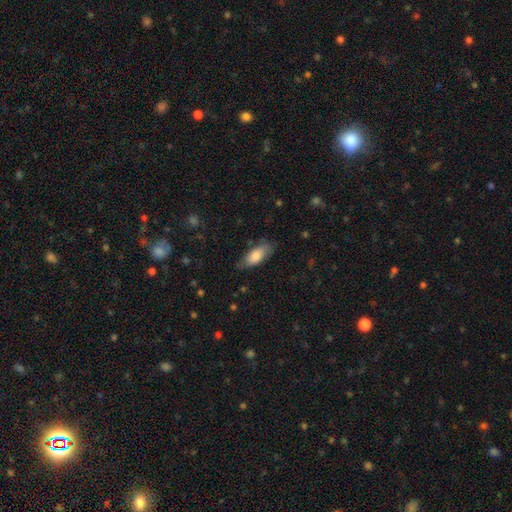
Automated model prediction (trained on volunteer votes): Smooth or featured? Predicted: smooth (p=0.78). How rounded? Predicted: in between (p=0.80). Merging? Predicted: none (p=0.70).